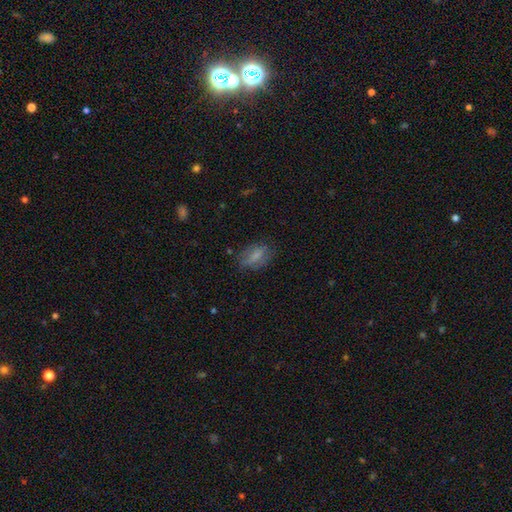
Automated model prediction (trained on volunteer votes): This appears to be a smooth galaxy with no disk features (65%) that is in between round and cigar-shaped (82%). Merging: none (64%).